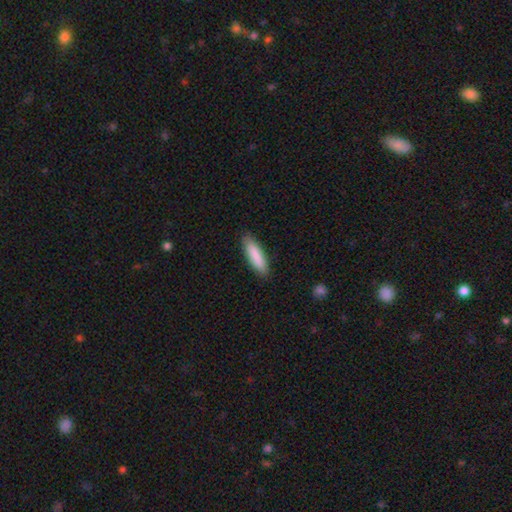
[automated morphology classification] Smooth or featured? Predicted: smooth (p=0.87). How rounded? Predicted: cigar-shaped (p=0.67). Merging? Predicted: none (p=0.88).